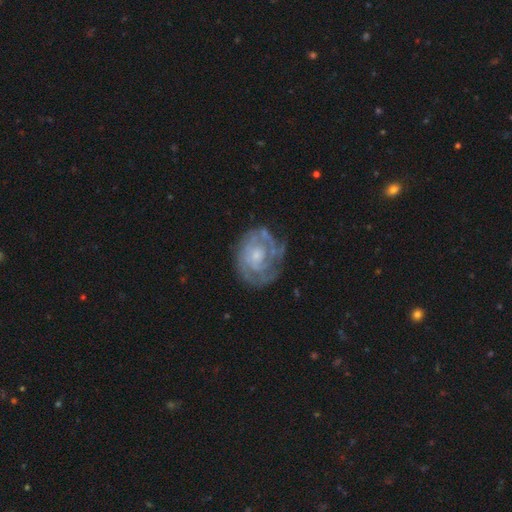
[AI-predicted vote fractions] Q: Smooth or featured?
A: featured or disk (80%); runner-up: smooth (14%)
Q: Edge-on disk?
A: no (98%); runner-up: yes (2%)
Q: Bar?
A: no (76%); runner-up: weak (20%)
Q: Spiral arms?
A: yes (85%); runner-up: no (15%)
Q: Spiral winding?
A: tight (67%); runner-up: medium (25%)
Q: Spiral arm count?
A: can't tell (44%); runner-up: 2 (24%)
Q: Bulge size?
A: small (49%); runner-up: moderate (39%)
Q: Merging?
A: none (65%); runner-up: minor disturbance (21%)